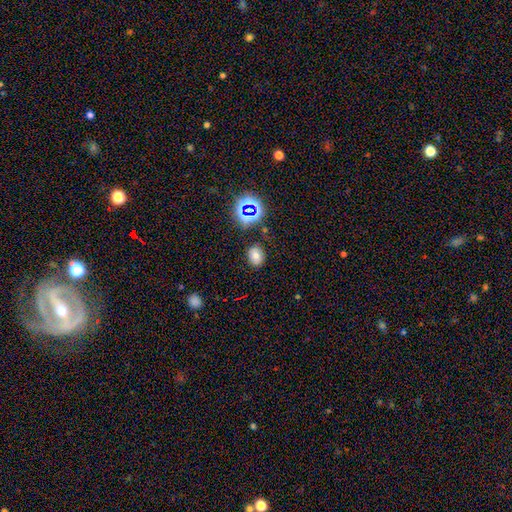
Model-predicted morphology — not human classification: A smooth galaxy with no disk features (67%) that is in between round and cigar-shaped (53%). Merging: none (83%).